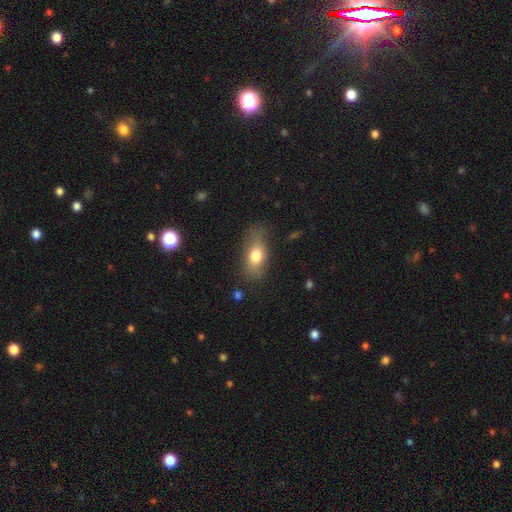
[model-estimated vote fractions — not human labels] Overall: smooth (74%). How rounded: in between (83%). Merging: none (69%).